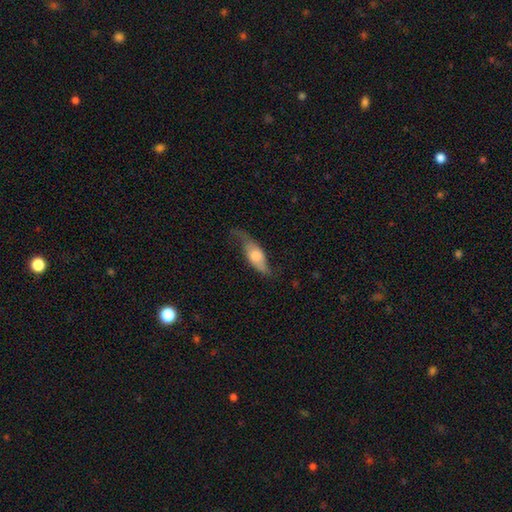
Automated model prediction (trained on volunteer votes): smooth 49%, featured or disk 45%, star or artifact 6%. Down the decision tree: merging — none (45%).